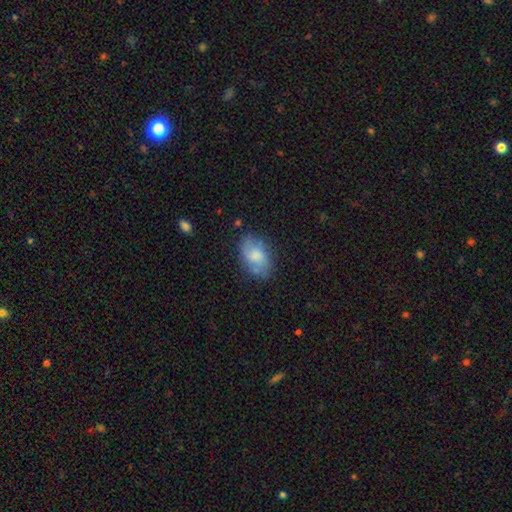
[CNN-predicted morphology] Smooth or featured: smooth — 66% (featured or disk — 27%)
How rounded: in between — 89% (round — 9%)
Merging: none — 69% (minor disturbance — 21%)